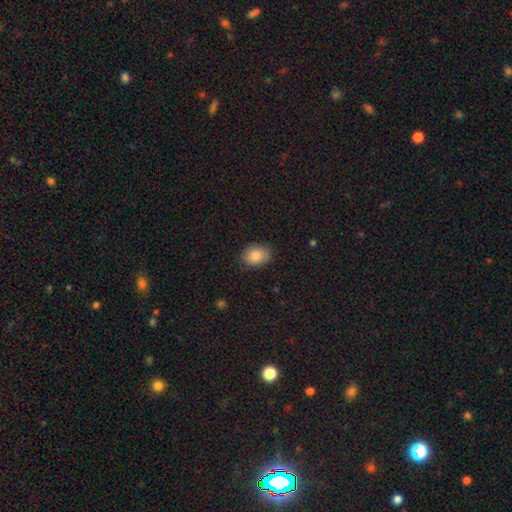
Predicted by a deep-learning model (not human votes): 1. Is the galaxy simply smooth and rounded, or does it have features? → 84% smooth, 8% star or artifact, 8% featured or disk.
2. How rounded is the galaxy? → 62% in between, 37% round, 1% cigar-shaped.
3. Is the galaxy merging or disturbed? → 81% none, 16% minor disturbance, 3% major disturbance, 1% merger.